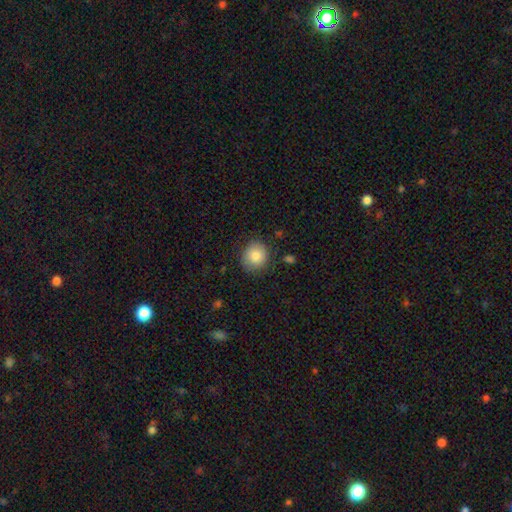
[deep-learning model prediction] smooth-or-featured: smooth: 83% | featured or disk: 9% | star or artifact: 8%
  how-rounded: round: 85% | in between: 14% | cigar-shaped: 1%
  merging: none: 83% | minor disturbance: 12% | major disturbance: 3% | merger: 2%